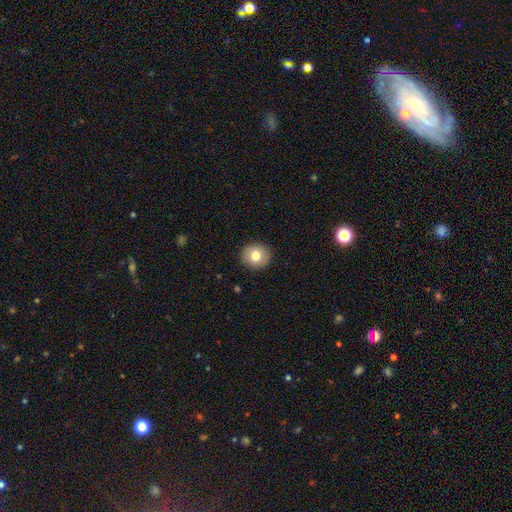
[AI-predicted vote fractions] Smooth or featured? smooth (79%)
How rounded? round (83%)
Merging? none (91%)